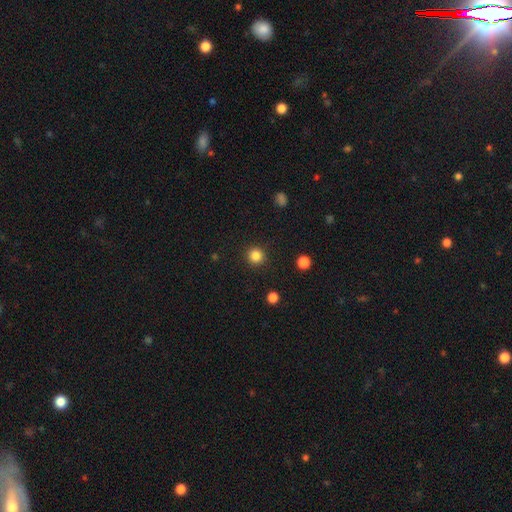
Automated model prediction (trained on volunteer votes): Morphology: type=smooth (84%); roundness=round (95%); merging=none (92%).